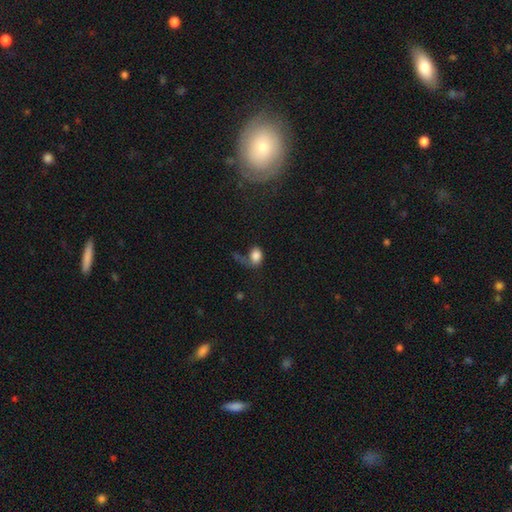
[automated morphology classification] The model was most divided on "merging": none: 36%, major disturbance: 30%, minor disturbance: 22%, merger: 12%. More confident: smooth or featured — smooth (80%); how rounded — in between (68%).